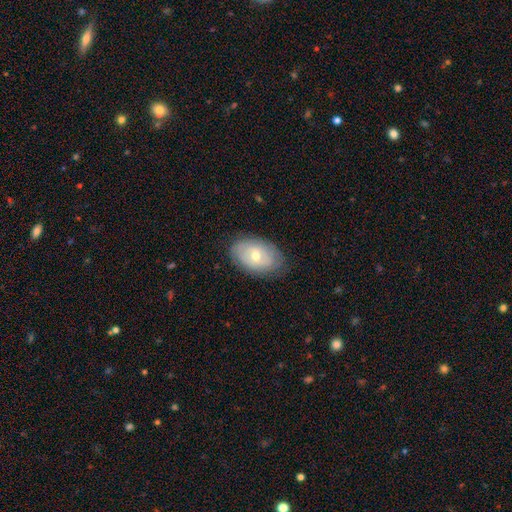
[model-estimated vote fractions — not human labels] Morphology: type=featured or disk (49%); merging=none (80%).